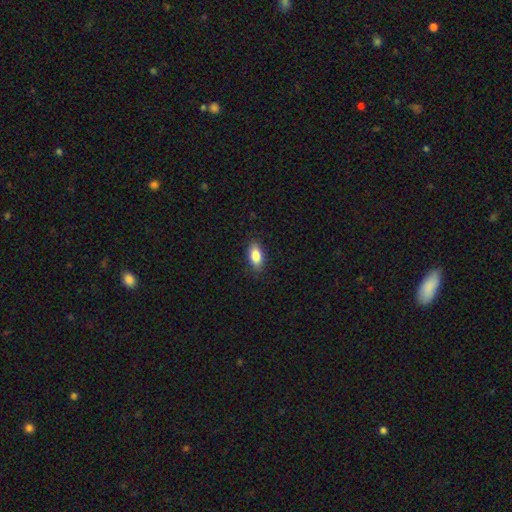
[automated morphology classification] smooth_or_featured: smooth (p=0.85) [alt: featured or disk p=0.08]
how_rounded: in between (p=0.87) [alt: cigar-shaped p=0.09]
merging: none (p=0.86) [alt: minor disturbance p=0.10]